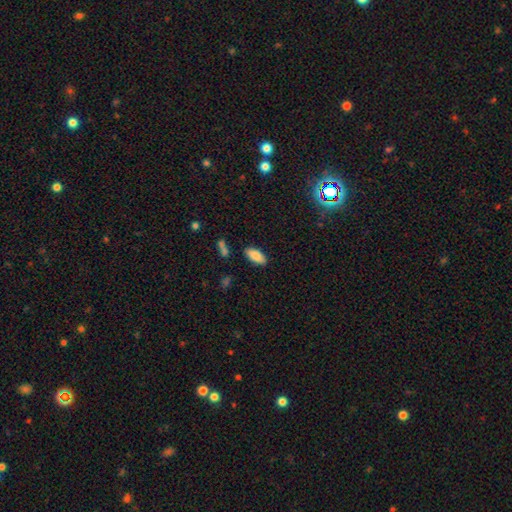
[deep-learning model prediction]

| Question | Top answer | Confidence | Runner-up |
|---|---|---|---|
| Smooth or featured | smooth | 85% | featured or disk (7%) |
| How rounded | in between | 87% | cigar-shaped (11%) |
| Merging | none | 85% | minor disturbance (10%) |